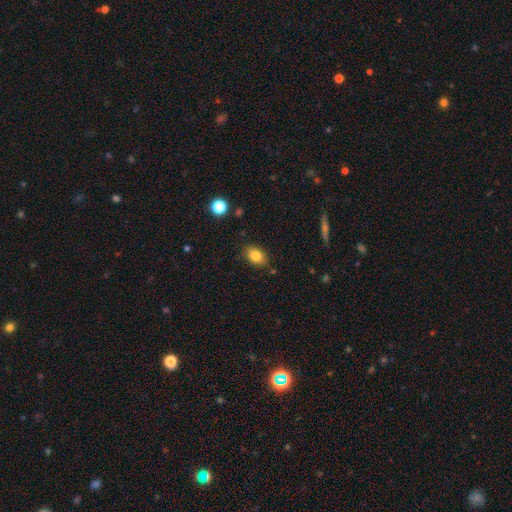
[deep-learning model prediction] Overall: smooth (83%). How rounded: in between (77%). Merging: none (82%).